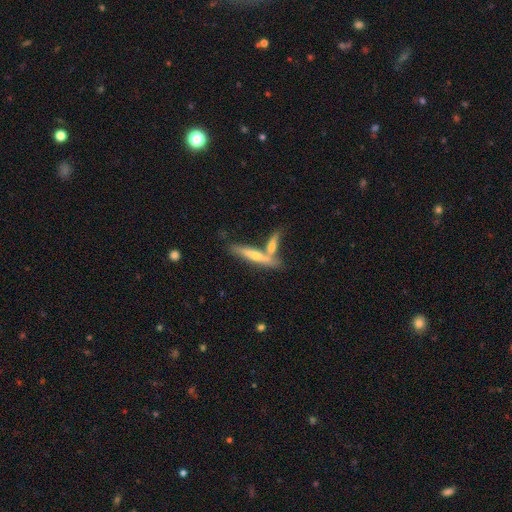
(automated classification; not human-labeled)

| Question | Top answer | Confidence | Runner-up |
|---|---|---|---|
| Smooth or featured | featured or disk | 56% | smooth (38%) |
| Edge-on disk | yes | 90% | no (10%) |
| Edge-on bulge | rounded | 79% | none (17%) |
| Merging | none | 55% | merger (31%) |